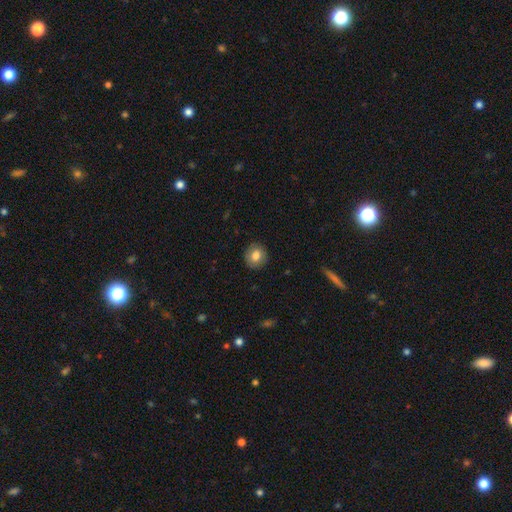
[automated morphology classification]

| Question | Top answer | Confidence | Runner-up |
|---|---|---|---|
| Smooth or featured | smooth | 77% | featured or disk (14%) |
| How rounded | round | 82% | in between (17%) |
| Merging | none | 87% | minor disturbance (9%) |